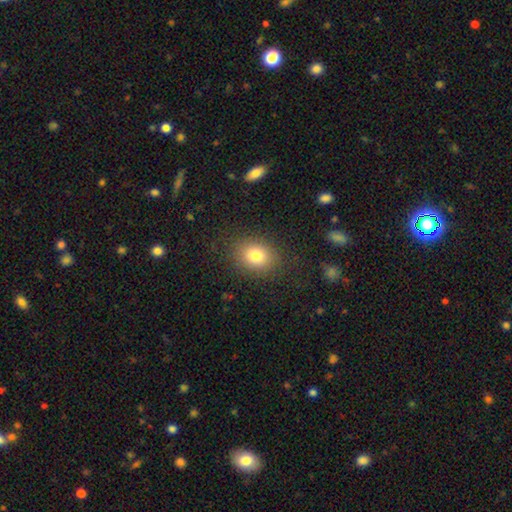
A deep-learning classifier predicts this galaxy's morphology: The model was most divided on "how rounded": in between: 55%, round: 44%, cigar-shaped: 1%. More confident: merging — none (85%); smooth or featured — smooth (80%).